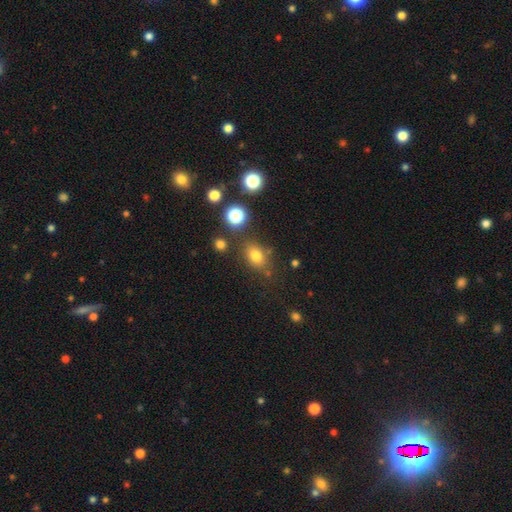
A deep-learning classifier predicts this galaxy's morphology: Smooth or featured? smooth (76%)
How rounded? in between (68%)
Merging? none (74%)